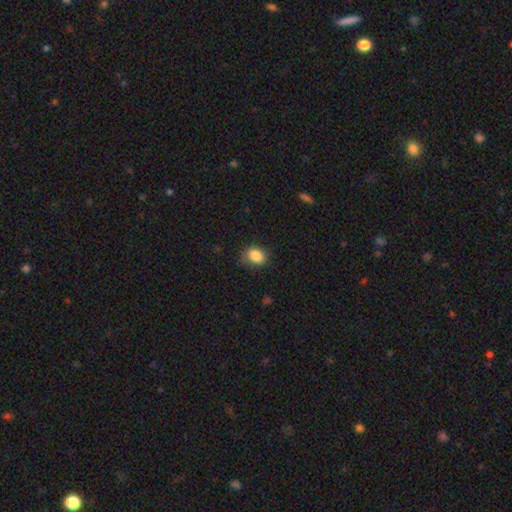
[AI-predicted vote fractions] Smooth or featured?
  - smooth: 86% *
  - star or artifact: 9%
  - featured or disk: 5%
How rounded?
  - in between: 61% *
  - round: 37%
  - cigar-shaped: 1%
Merging?
  - none: 76% *
  - minor disturbance: 19%
  - major disturbance: 4%
  - merger: 1%